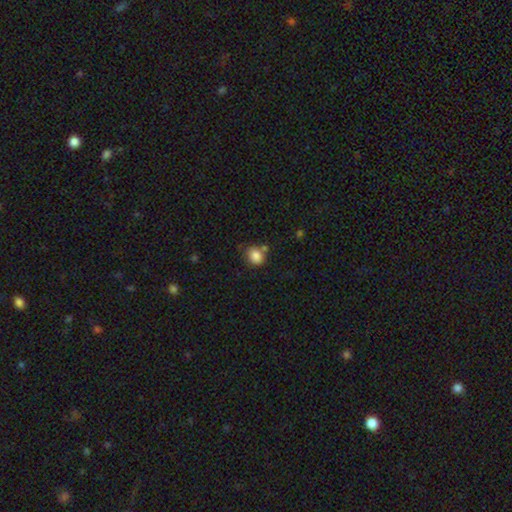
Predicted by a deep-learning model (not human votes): The model was most divided on "how rounded": round: 62%, in between: 37%, cigar-shaped: 1%. More confident: smooth or featured — smooth (85%); merging — none (65%).